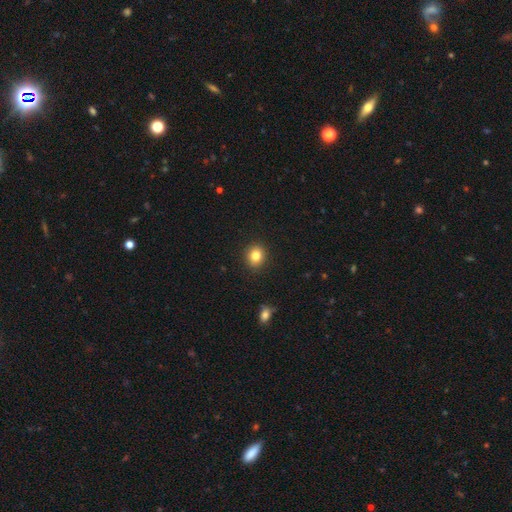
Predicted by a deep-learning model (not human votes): A smooth galaxy with no disk features (83%) that is round (77%). Merging: none (91%).